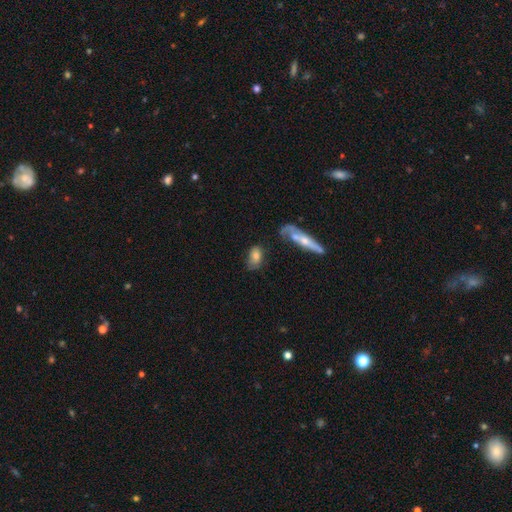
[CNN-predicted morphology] Smooth or featured? Predicted: smooth (p=0.65). How rounded? Predicted: in between (p=0.83). Merging? Predicted: none (p=0.50).